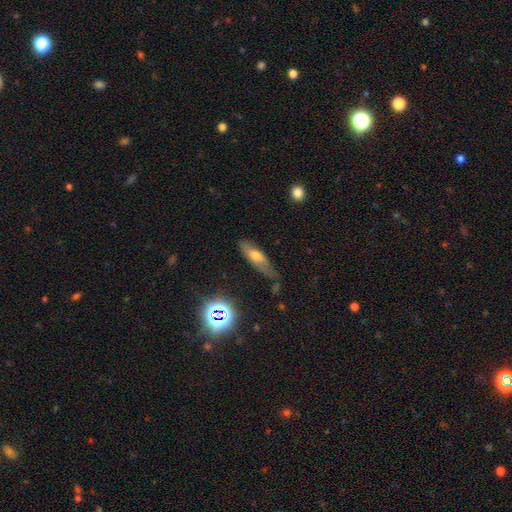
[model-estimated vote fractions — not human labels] Smooth or featured?
  - smooth: 51% *
  - featured or disk: 36%
  - star or artifact: 12%
How rounded?
  - in between: 53% *
  - cigar-shaped: 43%
  - round: 4%
Merging?
  - none: 53% *
  - minor disturbance: 32%
  - major disturbance: 11%
  - merger: 4%